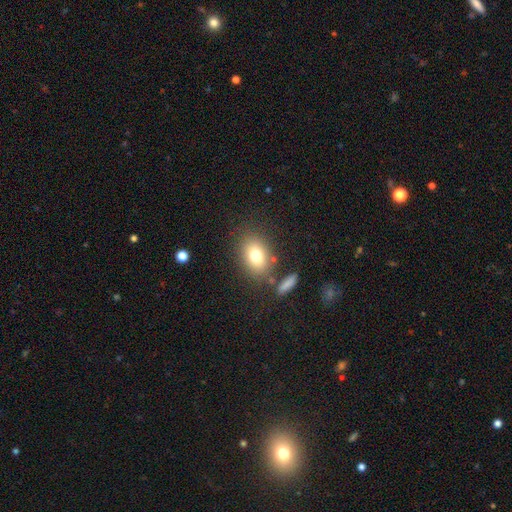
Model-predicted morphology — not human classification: The model was most divided on "how rounded": in between: 69%, round: 29%, cigar-shaped: 2%. More confident: smooth or featured — smooth (77%); merging — none (77%).